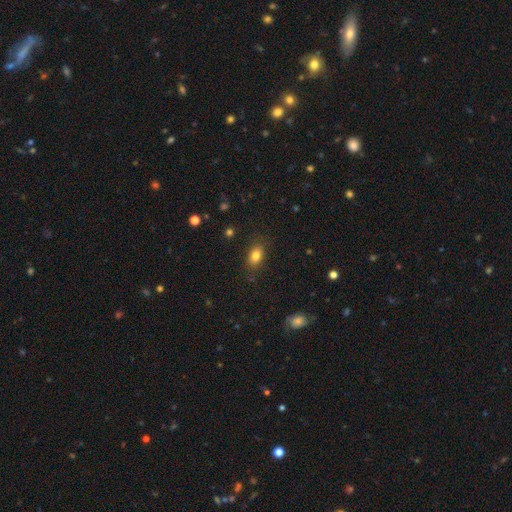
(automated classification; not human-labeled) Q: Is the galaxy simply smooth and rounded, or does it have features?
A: smooth — 82%.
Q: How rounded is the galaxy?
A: in between — 82%.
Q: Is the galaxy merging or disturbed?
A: none — 84%.